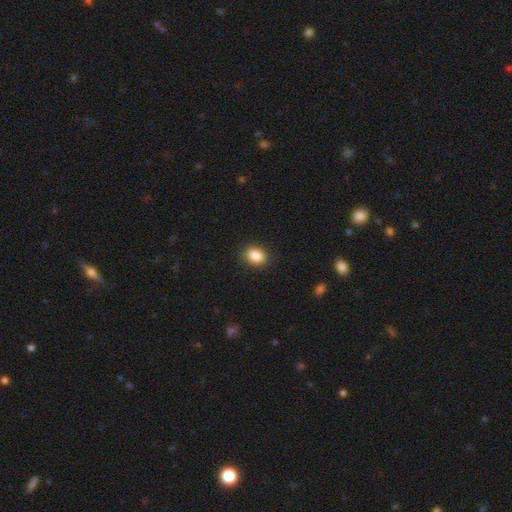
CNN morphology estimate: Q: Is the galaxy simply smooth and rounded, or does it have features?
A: smooth — 88%.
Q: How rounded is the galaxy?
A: in between — 73%.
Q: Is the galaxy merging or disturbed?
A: none — 89%.